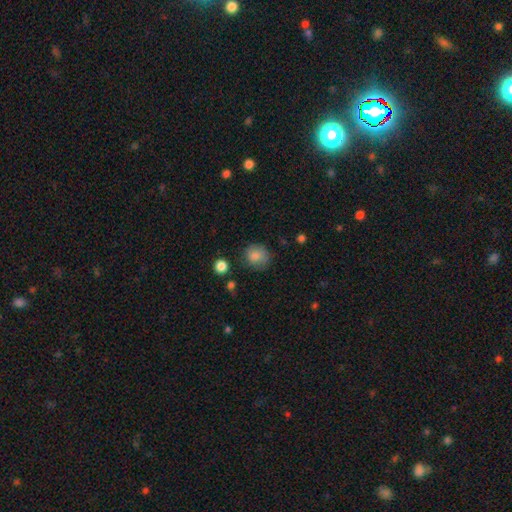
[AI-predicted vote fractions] Smooth or featured? Predicted: smooth (p=0.84). How rounded? Predicted: round (p=0.84). Merging? Predicted: none (p=0.74).